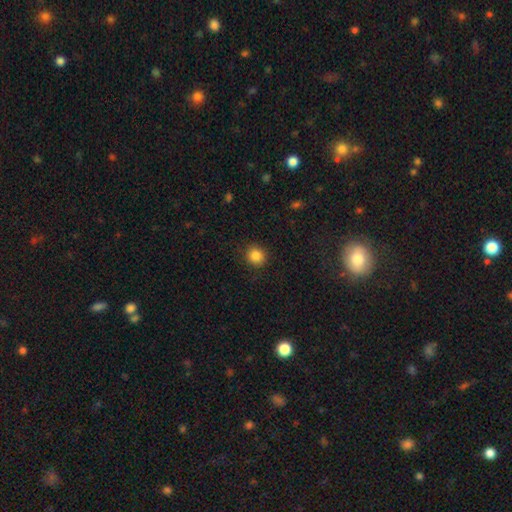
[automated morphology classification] smooth-or-featured: smooth: 86% | star or artifact: 10% | featured or disk: 4%
  how-rounded: round: 89% | in between: 10% | cigar-shaped: 1%
  merging: none: 89% | minor disturbance: 8% | major disturbance: 3% | merger: 1%